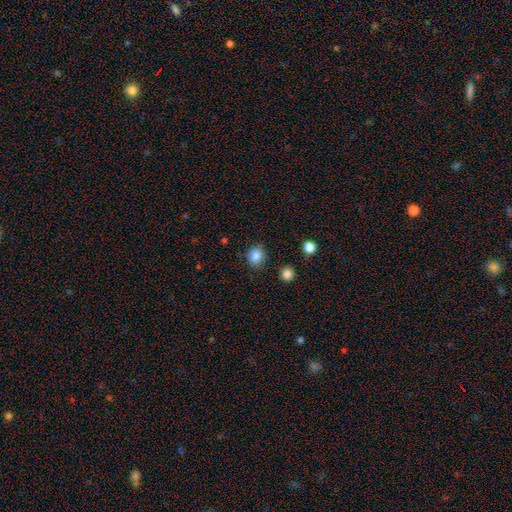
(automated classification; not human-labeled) This appears to be a smooth galaxy with no disk features (85%) that is round (79%). Merging: none (82%).